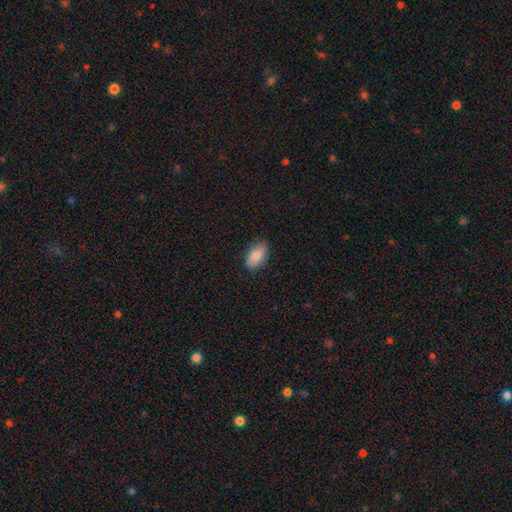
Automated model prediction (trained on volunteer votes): Morphology: type=smooth (82%); roundness=in between (90%); merging=none (84%).